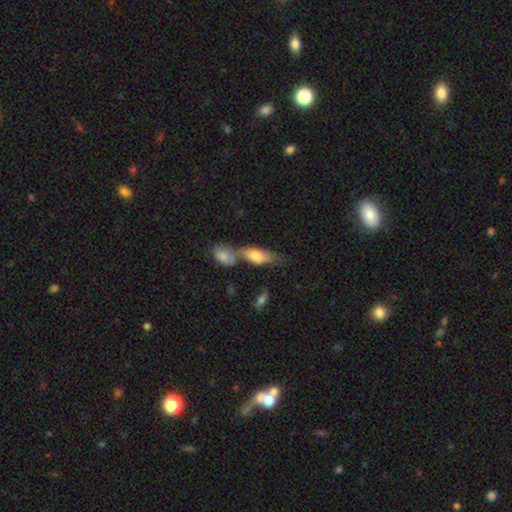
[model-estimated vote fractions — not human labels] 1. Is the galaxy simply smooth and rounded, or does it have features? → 66% smooth, 27% featured or disk, 8% star or artifact.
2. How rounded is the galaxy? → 67% in between, 28% cigar-shaped, 4% round.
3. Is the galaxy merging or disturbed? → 48% merger, 34% none, 13% minor disturbance, 6% major disturbance.